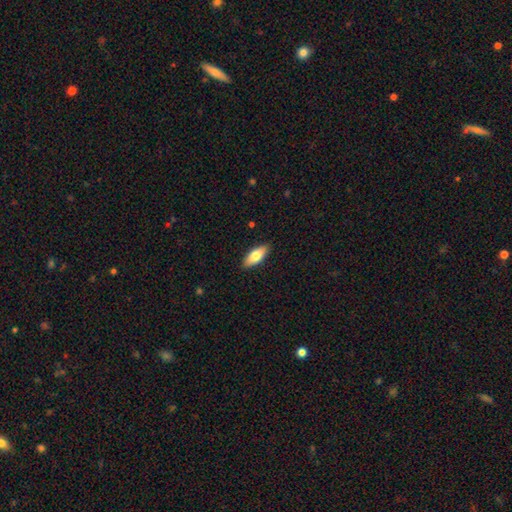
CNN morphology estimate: Overall: smooth (76%). How rounded: in between (80%). Merging: none (90%).